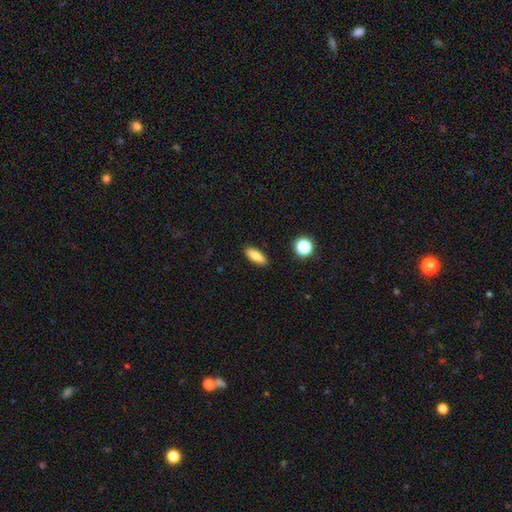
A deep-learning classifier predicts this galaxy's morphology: smooth-or-featured: smooth: 80% | featured or disk: 12% | star or artifact: 8%
  how-rounded: in between: 72% | cigar-shaped: 24% | round: 4%
  merging: none: 89% | minor disturbance: 7% | major disturbance: 2% | merger: 1%